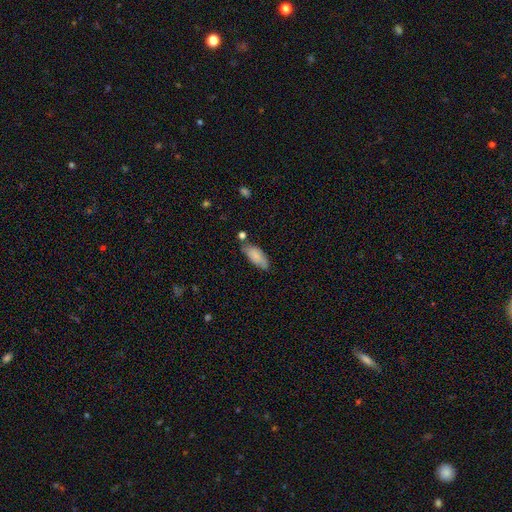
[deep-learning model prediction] A smooth galaxy with no disk features (81%) that is in between round and cigar-shaped (83%). Merging: none (59%).